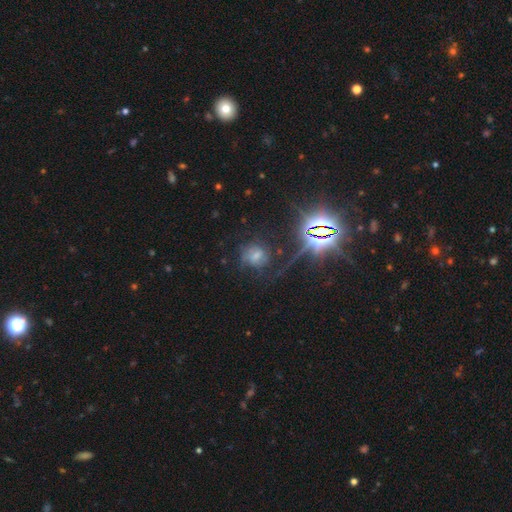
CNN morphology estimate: Q: Smooth or featured?
A: smooth (38%); runner-up: featured or disk (31%)
Q: Merging?
A: none (57%); runner-up: major disturbance (21%)